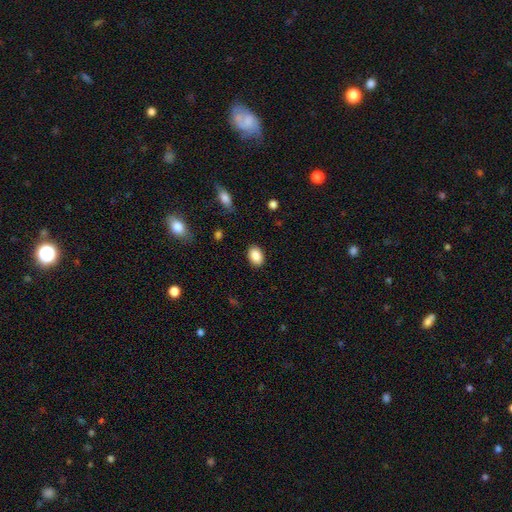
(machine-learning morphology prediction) type=smooth (88%); roundness=in between (80%); merging=none (88%).